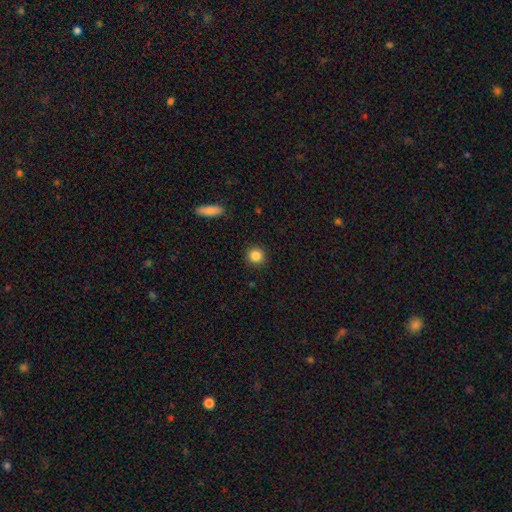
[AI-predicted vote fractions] Smooth or featured? smooth (86%)
How rounded? round (93%)
Merging? none (92%)